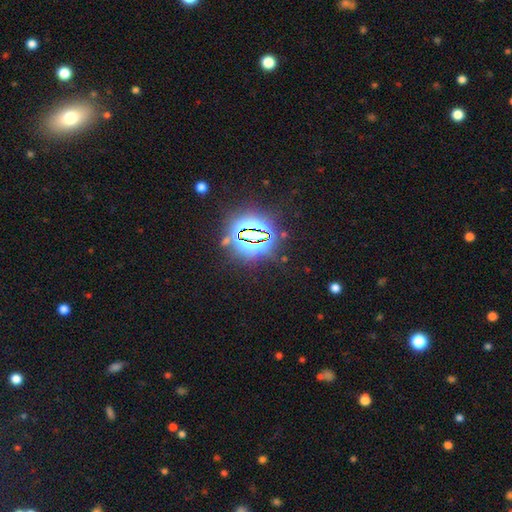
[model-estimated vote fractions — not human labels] This is clearly a star or artifact rather than a galaxy (83%).